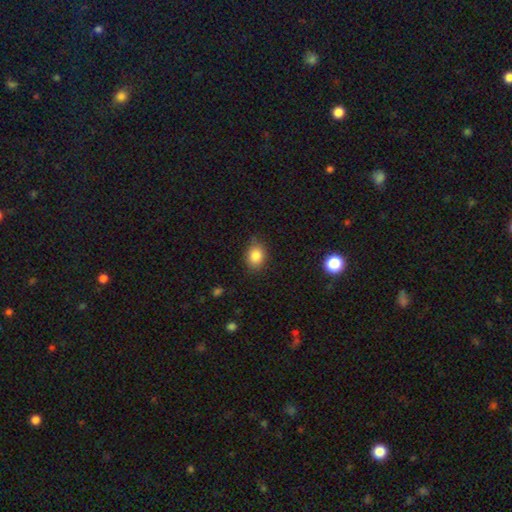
Morphology: type=smooth (87%); roundness=in between (52%); merging=none (64%).